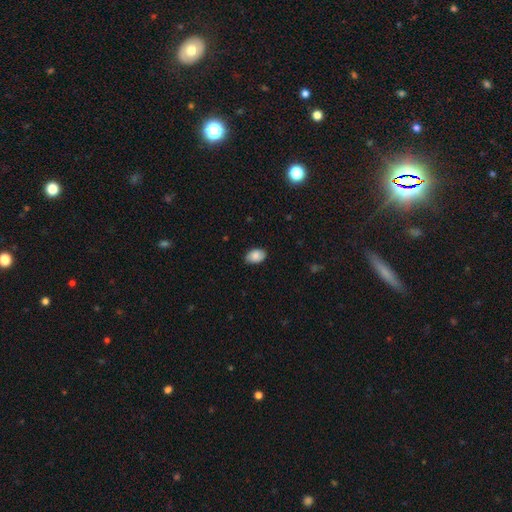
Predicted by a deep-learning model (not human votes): Smooth or featured?
  - smooth: 85% *
  - featured or disk: 8%
  - star or artifact: 7%
How rounded?
  - in between: 87% *
  - round: 12%
  - cigar-shaped: 1%
Merging?
  - none: 84% *
  - minor disturbance: 13%
  - major disturbance: 2%
  - merger: 1%